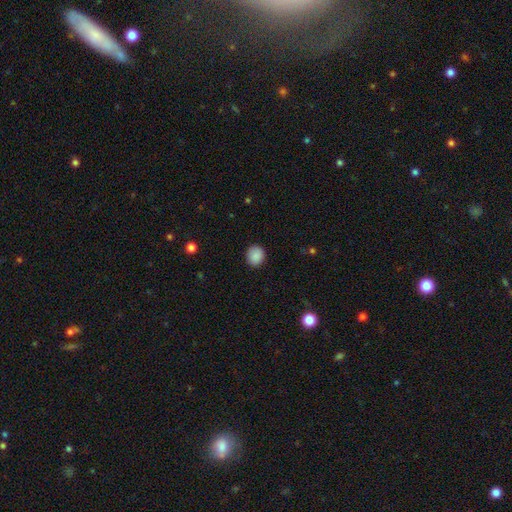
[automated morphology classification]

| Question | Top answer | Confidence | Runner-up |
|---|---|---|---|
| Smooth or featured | smooth | 88% | star or artifact (8%) |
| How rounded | round | 81% | in between (18%) |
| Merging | none | 88% | minor disturbance (9%) |